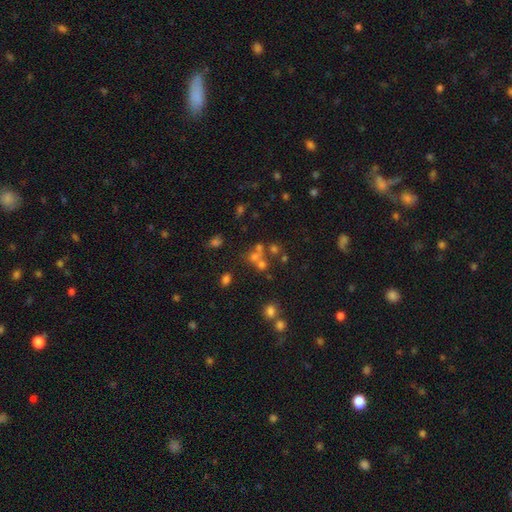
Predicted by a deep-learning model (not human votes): A smooth galaxy with no disk features (41%). Merging: none (51%).